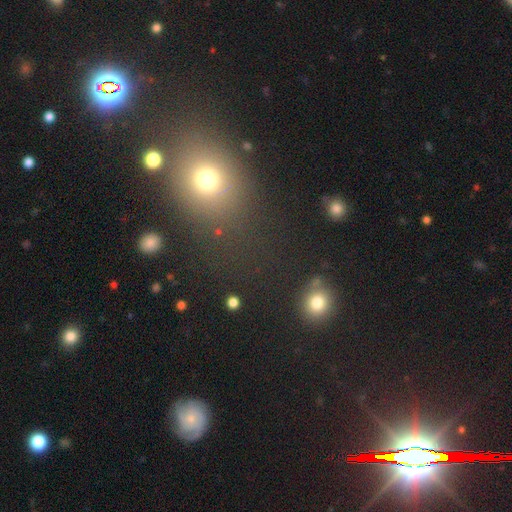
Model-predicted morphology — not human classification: The model was most divided on "how rounded": round: 56%, in between: 41%, cigar-shaped: 3%. More confident: merging — none (80%); smooth or featured — smooth (52%).